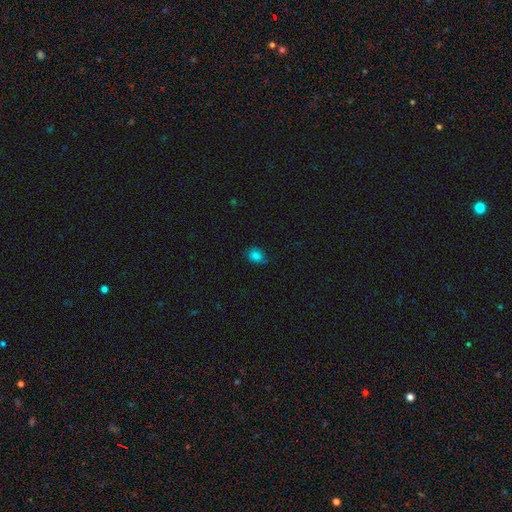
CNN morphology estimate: This appears to be a smooth galaxy with no disk features (81%) that is in between round and cigar-shaped (64%). Merging: none (78%).